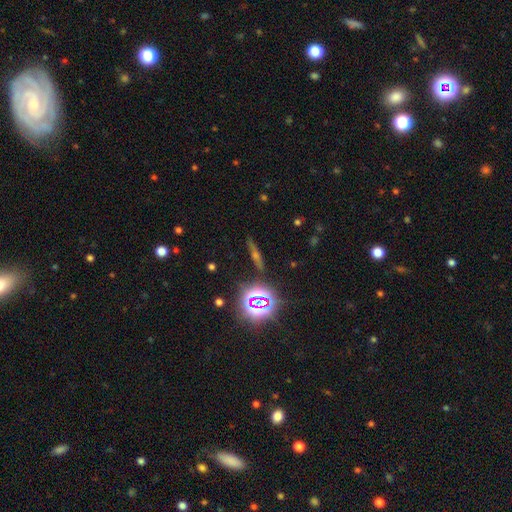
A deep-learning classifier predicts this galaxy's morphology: type=star or artifact (38%, tied with featured or disk).